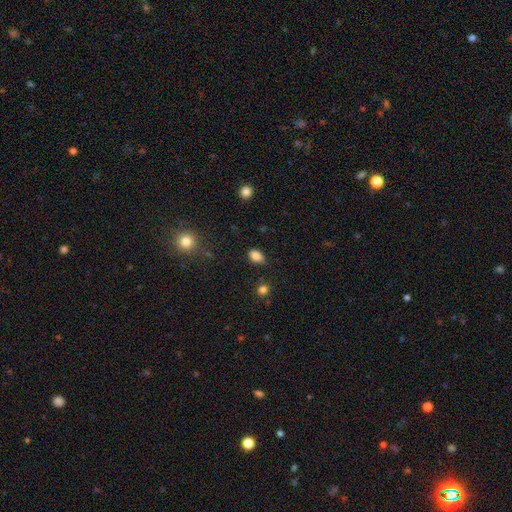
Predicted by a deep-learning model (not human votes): smooth-or-featured: smooth: 85% | star or artifact: 10% | featured or disk: 5%
  how-rounded: in between: 84% | round: 14% | cigar-shaped: 2%
  merging: none: 76% | minor disturbance: 18% | major disturbance: 4% | merger: 2%